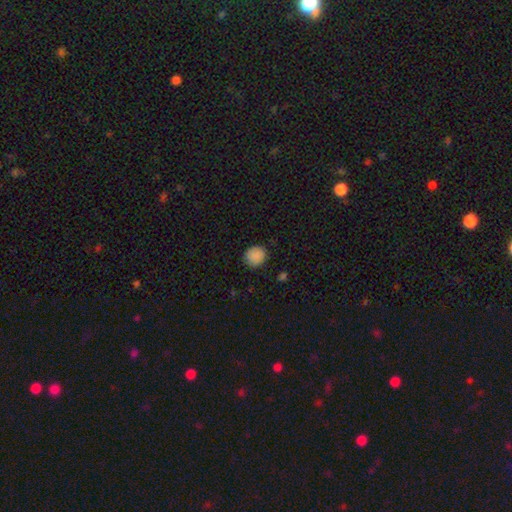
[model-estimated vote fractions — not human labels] Smooth or featured? smooth (88%)
How rounded? round (81%)
Merging? none (86%)